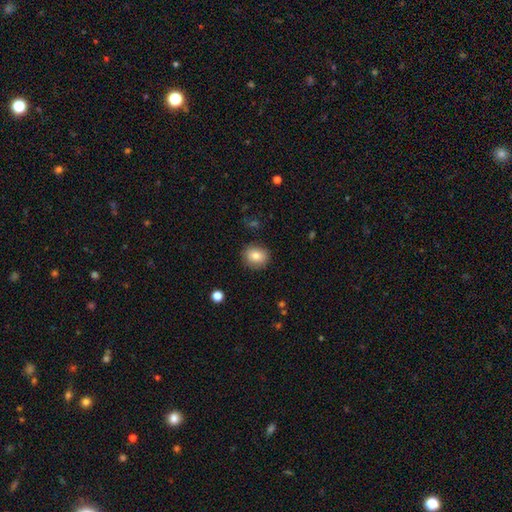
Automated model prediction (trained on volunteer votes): smooth-or-featured: smooth: 82% | star or artifact: 9% | featured or disk: 9%
  how-rounded: round: 76% | in between: 23% | cigar-shaped: 1%
  merging: none: 86% | minor disturbance: 10% | major disturbance: 3% | merger: 1%